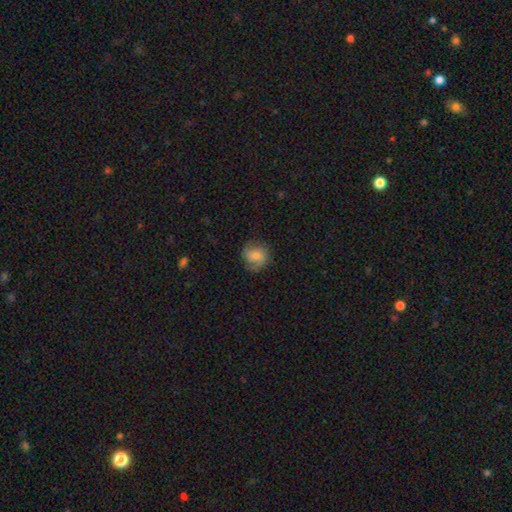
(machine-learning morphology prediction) This appears to be a featured or disk galaxy (48%). Merging: none (75%).